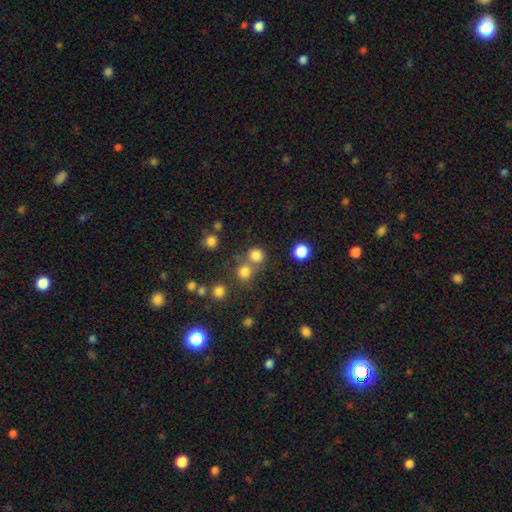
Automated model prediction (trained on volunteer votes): smooth_or_featured: smooth (p=0.78) [alt: star or artifact p=0.16]
how_rounded: round (p=0.91) [alt: in between p=0.08]
merging: none (p=0.60) [alt: merger p=0.29]